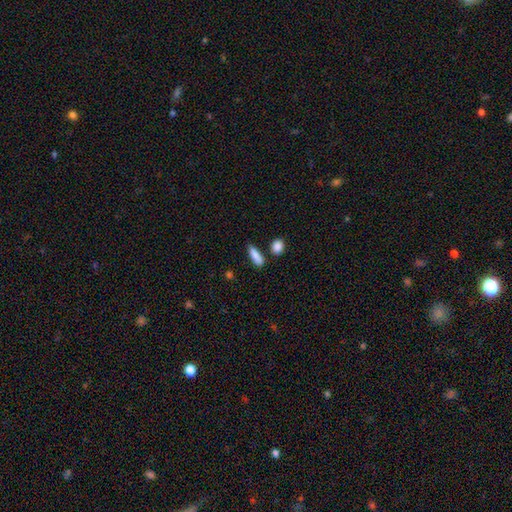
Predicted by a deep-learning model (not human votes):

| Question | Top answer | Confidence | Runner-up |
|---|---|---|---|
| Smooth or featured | smooth | 87% | star or artifact (7%) |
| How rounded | cigar-shaped | 48% | tied: in between (48%) |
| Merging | none | 75% | minor disturbance (14%) |